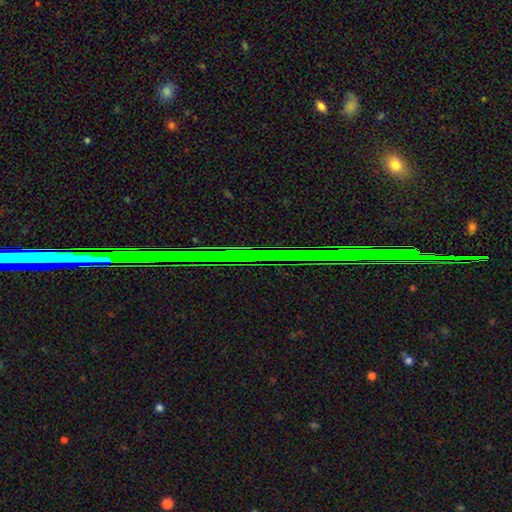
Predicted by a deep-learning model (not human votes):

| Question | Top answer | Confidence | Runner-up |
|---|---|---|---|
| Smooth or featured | star or artifact | 77% | featured or disk (14%) |